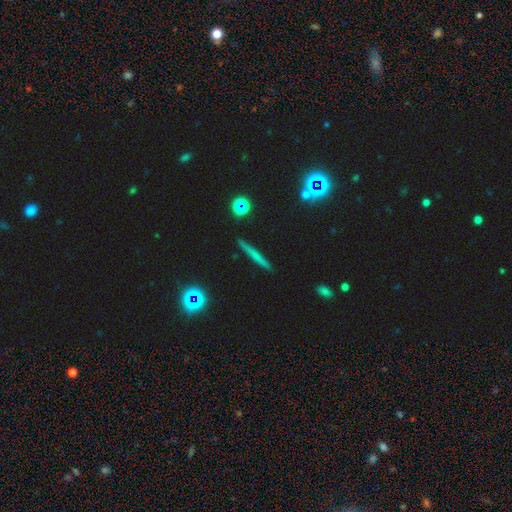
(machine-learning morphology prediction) Q: Smooth or featured?
A: smooth (47%); runner-up: featured or disk (40%)
Q: Merging?
A: none (90%); runner-up: minor disturbance (7%)